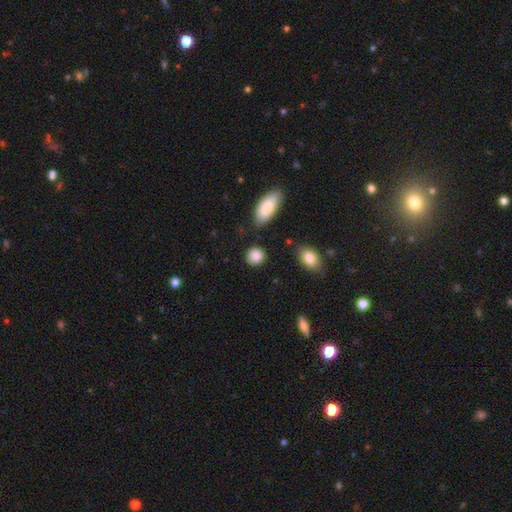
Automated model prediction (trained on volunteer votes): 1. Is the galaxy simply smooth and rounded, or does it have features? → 88% smooth, 8% star or artifact, 4% featured or disk.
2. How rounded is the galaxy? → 78% round, 20% in between, 2% cigar-shaped.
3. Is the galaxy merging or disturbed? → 81% none, 12% minor disturbance, 3% merger, 3% major disturbance.